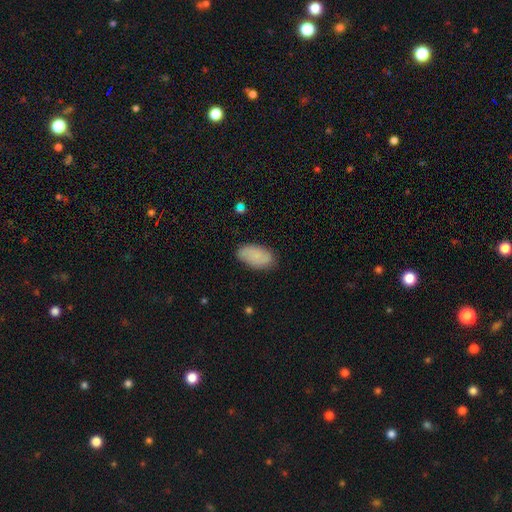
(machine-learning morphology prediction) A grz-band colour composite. It shows a smooth galaxy with no disk features (82%) that is in between round and cigar-shaped (94%). Merging: none (80%).